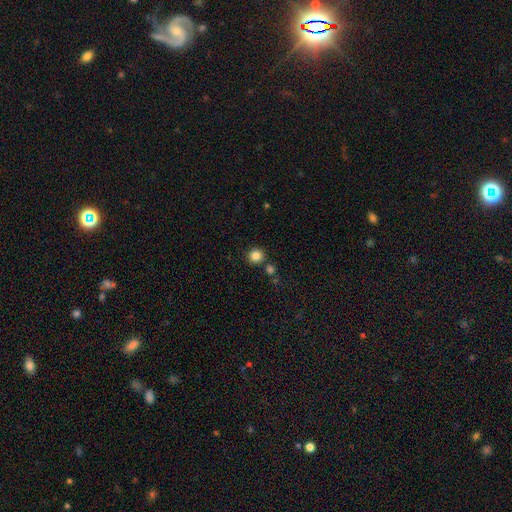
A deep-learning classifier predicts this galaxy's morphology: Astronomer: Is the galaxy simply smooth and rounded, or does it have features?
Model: smooth — 84%.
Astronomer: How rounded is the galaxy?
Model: round — 92%.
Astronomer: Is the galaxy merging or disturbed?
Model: none — 83%.